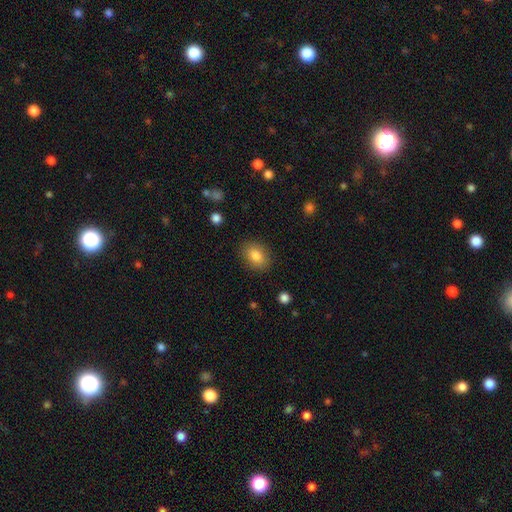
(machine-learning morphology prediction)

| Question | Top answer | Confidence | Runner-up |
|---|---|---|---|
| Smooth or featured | smooth | 84% | star or artifact (8%) |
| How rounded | in between | 75% | round (24%) |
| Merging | none | 86% | minor disturbance (10%) |